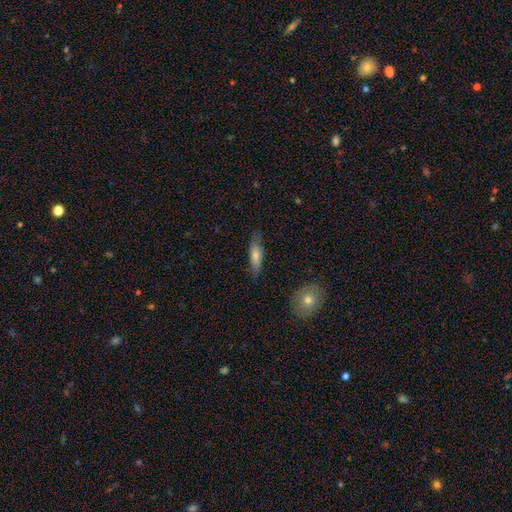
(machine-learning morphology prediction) The model was most divided on "how rounded": cigar-shaped: 58%, in between: 40%, round: 2%. More confident: merging — none (78%); smooth or featured — smooth (69%).